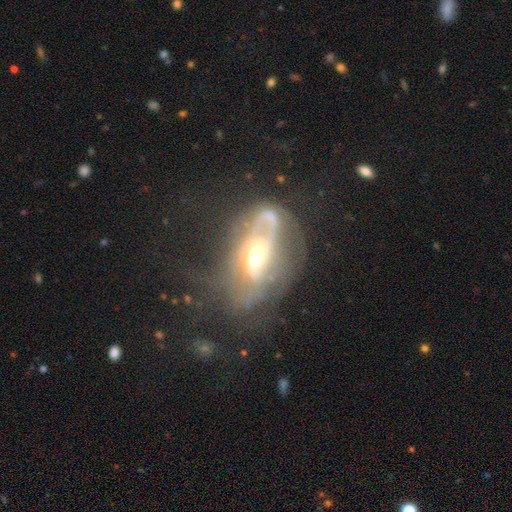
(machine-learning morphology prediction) Smooth or featured?
  - featured or disk: 77% *
  - smooth: 14%
  - star or artifact: 8%
Edge-on disk?
  - no: 93% *
  - yes: 7%
Bar?
  - no: 50% *
  - weak: 35%
  - strong: 15%
Spiral arms?
  - yes: 75% *
  - no: 25%
Spiral winding?
  - medium: 38% *
  - tight: 32%
  - loose: 30%
Spiral arm count?
  - 2: 39% *
  - can't tell: 34%
  - 1: 14%
  - 3: 7%
  - 4: 3%
  - more than 4: 3%
Bulge size?
  - moderate: 60% *
  - small: 31%
  - large: 7%
  - none: 2%
  - dominant: 1%
Merging?
  - none: 40% *
  - major disturbance: 33%
  - minor disturbance: 21%
  - merger: 5%